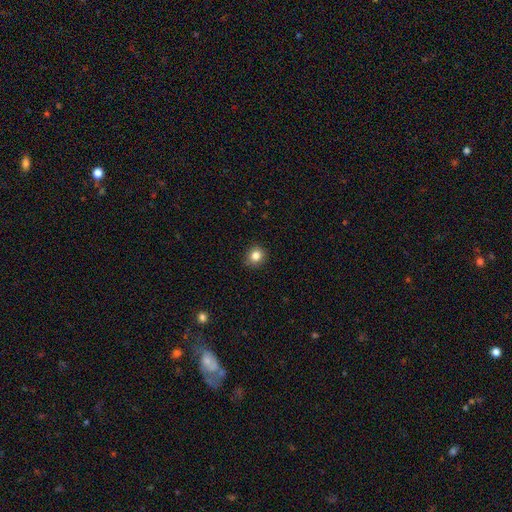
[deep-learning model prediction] The model was most divided on "smooth or featured": smooth: 84%, star or artifact: 11%, featured or disk: 5%. More confident: merging — none (90%); how rounded — round (88%).